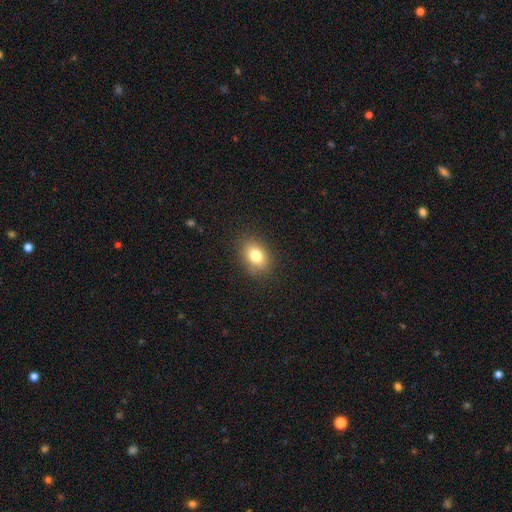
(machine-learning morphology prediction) The model was most divided on "how rounded": in between: 76%, round: 23%, cigar-shaped: 1%. More confident: merging — none (86%); smooth or featured — smooth (80%).